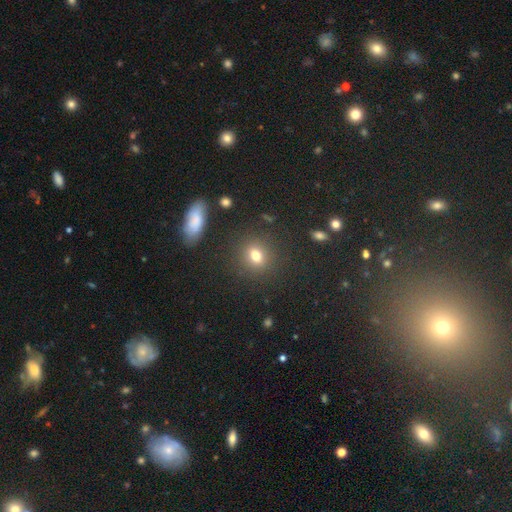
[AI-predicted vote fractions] Smooth or featured? smooth (75%)
How rounded? round (64%)
Merging? none (85%)